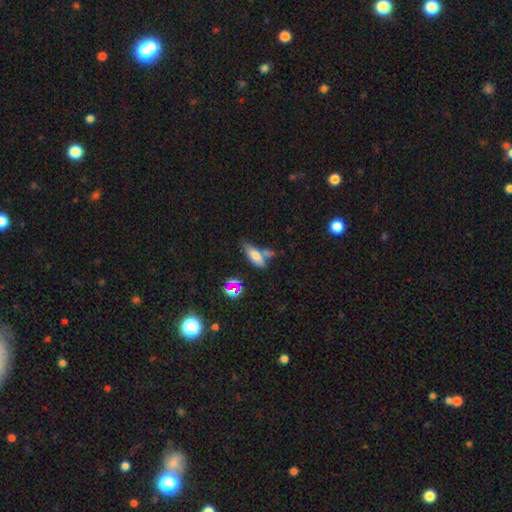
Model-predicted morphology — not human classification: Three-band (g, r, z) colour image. It shows a smooth galaxy with no disk features (71%) that is in between round and cigar-shaped (68%). Merging: none (48%).